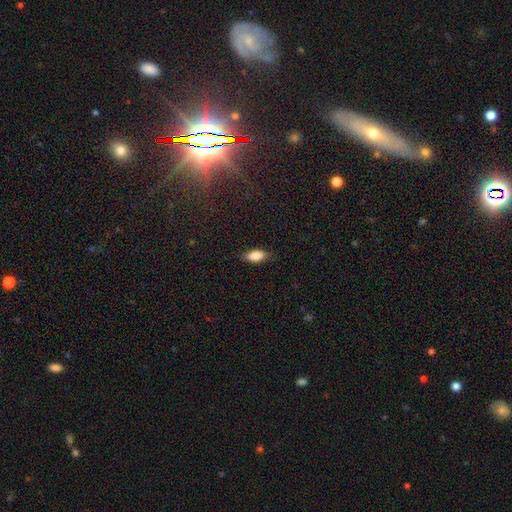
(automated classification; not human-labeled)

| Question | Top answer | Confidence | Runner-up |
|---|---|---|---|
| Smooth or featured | smooth | 85% | featured or disk (7%) |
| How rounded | in between | 85% | cigar-shaped (12%) |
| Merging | none | 81% | minor disturbance (15%) |